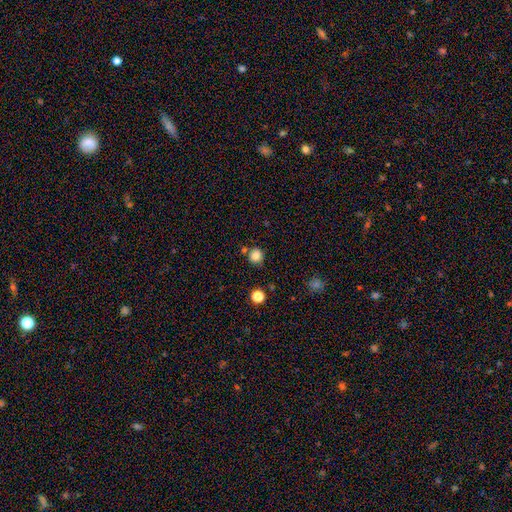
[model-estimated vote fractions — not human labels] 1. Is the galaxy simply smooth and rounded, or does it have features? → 83% smooth, 12% star or artifact, 5% featured or disk.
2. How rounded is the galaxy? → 91% round, 8% in between, 1% cigar-shaped.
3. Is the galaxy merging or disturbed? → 75% none, 12% minor disturbance, 10% merger, 3% major disturbance.